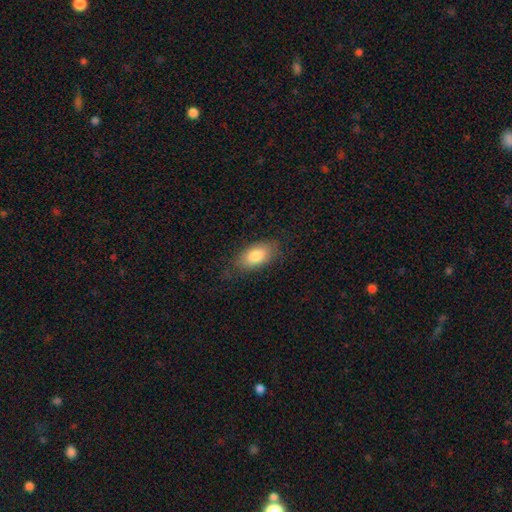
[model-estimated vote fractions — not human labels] Smooth or featured? Predicted: smooth (p=0.82). How rounded? Predicted: in between (p=0.91). Merging? Predicted: none (p=0.79).